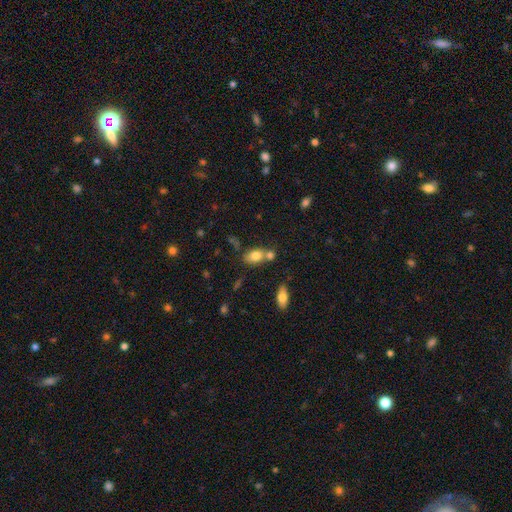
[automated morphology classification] Smooth or featured? smooth (79%)
How rounded? in between (83%)
Merging? none (50%)